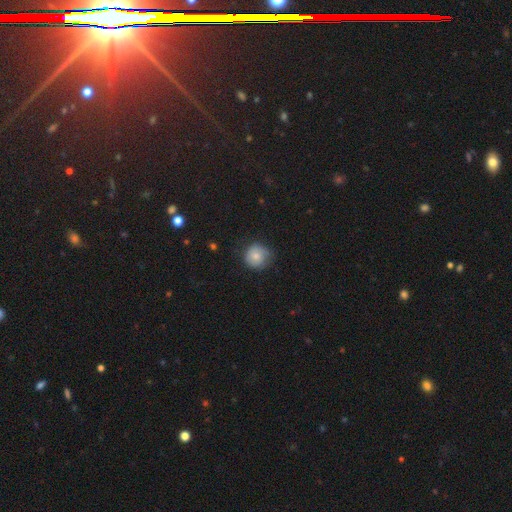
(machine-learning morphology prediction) Q: Smooth or featured?
A: smooth (79%); runner-up: featured or disk (12%)
Q: How rounded?
A: round (90%); runner-up: in between (9%)
Q: Merging?
A: none (71%); runner-up: minor disturbance (23%)